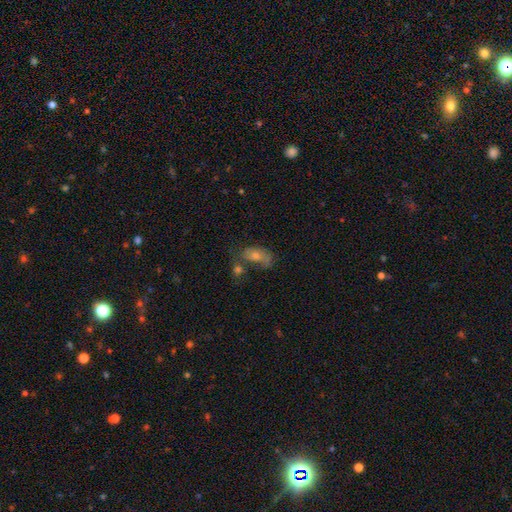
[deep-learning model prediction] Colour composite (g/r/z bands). It shows a smooth galaxy with no disk features (46%). Merging: none (37%).